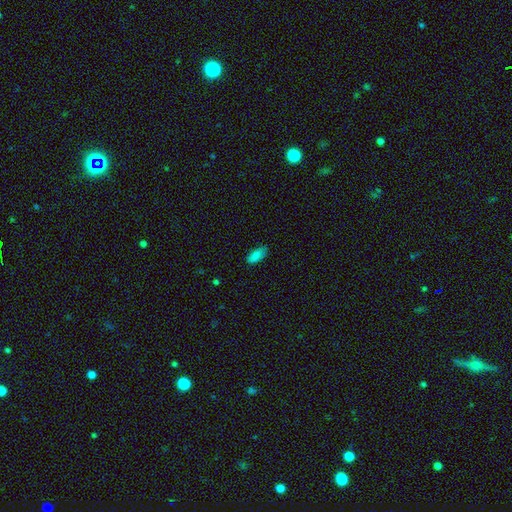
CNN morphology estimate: Overall: smooth (86%). How rounded: in between (87%). Merging: none (79%).